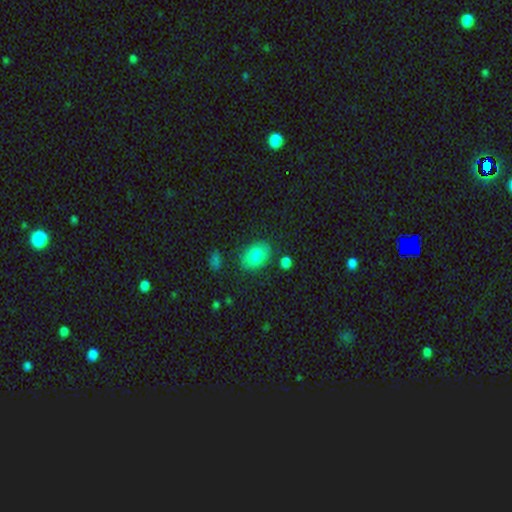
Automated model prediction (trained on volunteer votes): This appears to be a smooth galaxy with no disk features (81%) that is in between round and cigar-shaped (77%). Merging: none (78%).